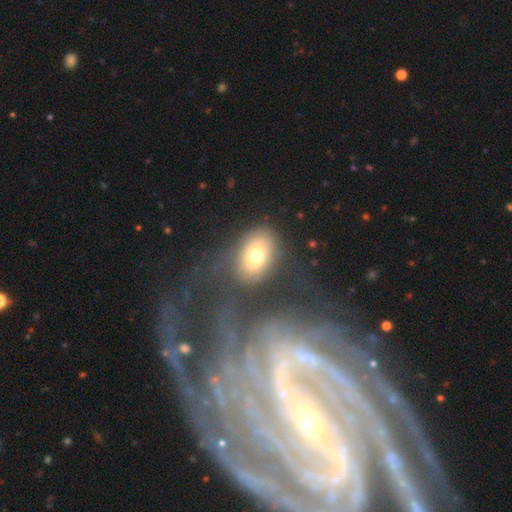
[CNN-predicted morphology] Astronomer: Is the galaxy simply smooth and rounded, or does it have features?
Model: smooth — 73%.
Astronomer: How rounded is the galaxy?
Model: in between — 72%.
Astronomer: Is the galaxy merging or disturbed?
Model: none — 65%.